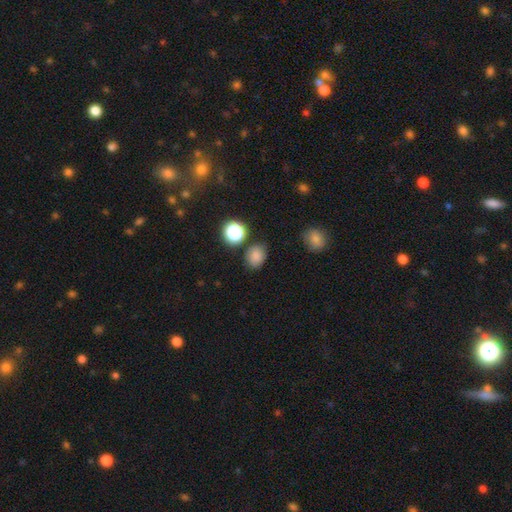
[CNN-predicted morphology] smooth 81%, star or artifact 14%, featured or disk 6%. Down the decision tree: how rounded — in between (57%); merging — none (78%).